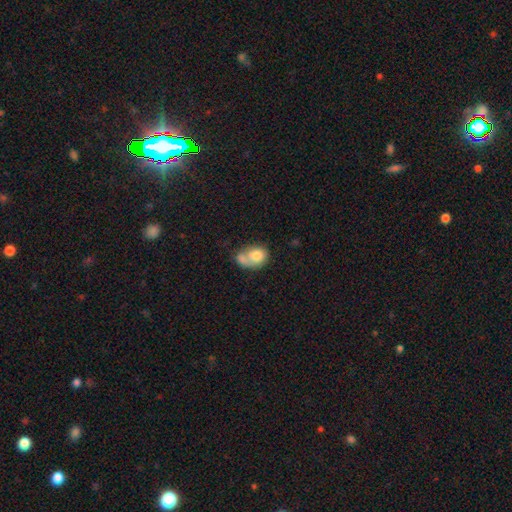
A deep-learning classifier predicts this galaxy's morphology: Overall: smooth (72%). How rounded: in between (55%; round 44%). Merging: merger (54%; none 23%).